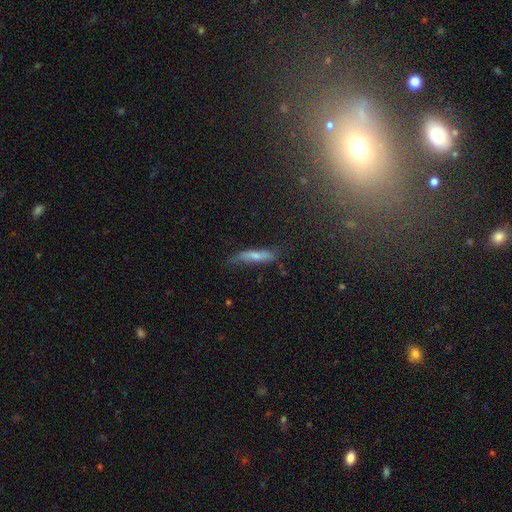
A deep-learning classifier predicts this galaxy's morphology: This is likely a smooth galaxy (60%). How rounded: clearly cigar-shaped (84%). Merging: likely none (69%).